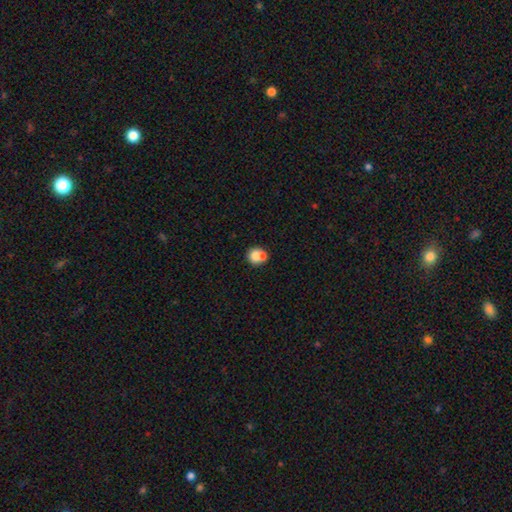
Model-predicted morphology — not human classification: Smooth or featured? smooth (74%)
How rounded? round (79%)
Merging? merger (50%)